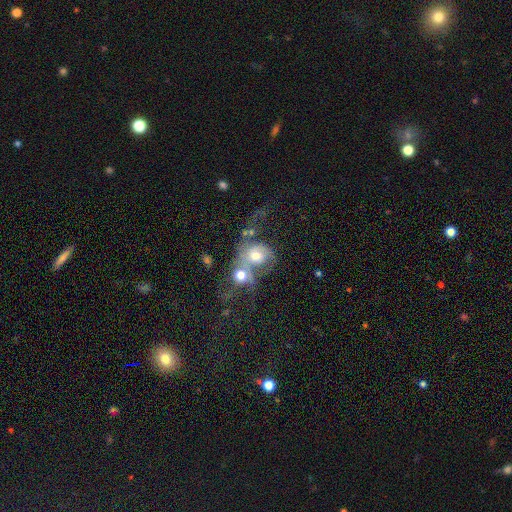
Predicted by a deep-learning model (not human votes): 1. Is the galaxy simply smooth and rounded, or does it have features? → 52% featured or disk, 39% smooth, 10% star or artifact.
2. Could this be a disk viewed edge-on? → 96% no, 4% yes.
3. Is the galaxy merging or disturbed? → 74% merger, 11% major disturbance, 10% none, 5% minor disturbance.